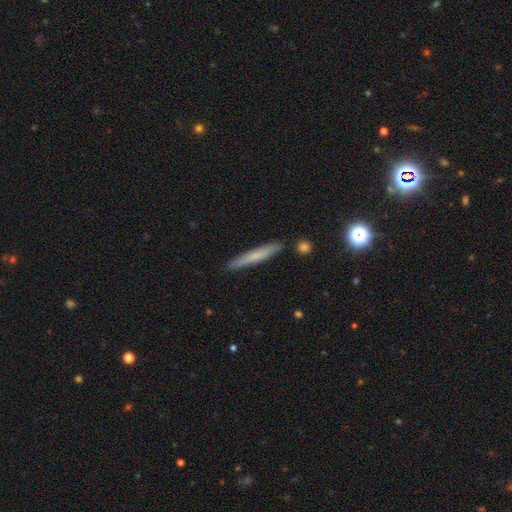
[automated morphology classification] smooth_or_featured: smooth (p=0.65) [alt: featured or disk p=0.28]
how_rounded: cigar-shaped (p=0.95) [alt: in between p=0.04]
merging: none (p=0.87) [alt: minor disturbance p=0.09]